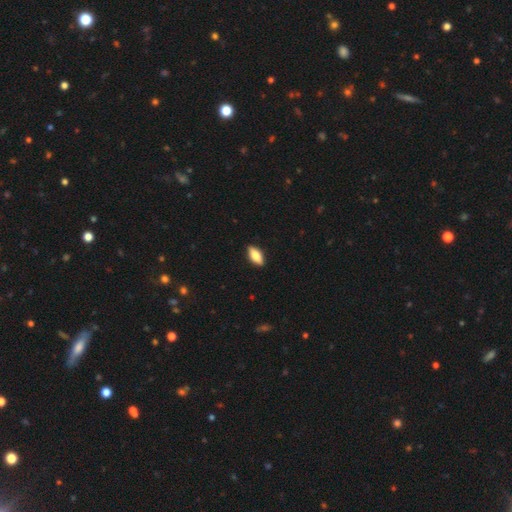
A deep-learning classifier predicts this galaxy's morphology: A smooth galaxy with no disk features (77%) that is in between round and cigar-shaped (82%). Merging: none (89%).